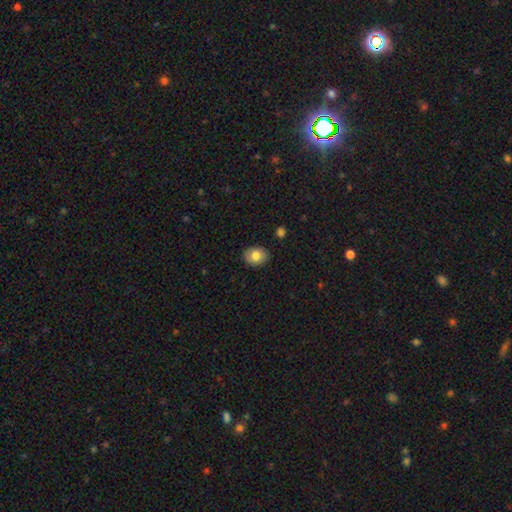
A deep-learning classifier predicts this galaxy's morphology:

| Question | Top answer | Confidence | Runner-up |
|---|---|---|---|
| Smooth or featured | smooth | 82% | featured or disk (10%) |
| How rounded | in between | 56% | round (43%) |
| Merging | none | 89% | minor disturbance (8%) |